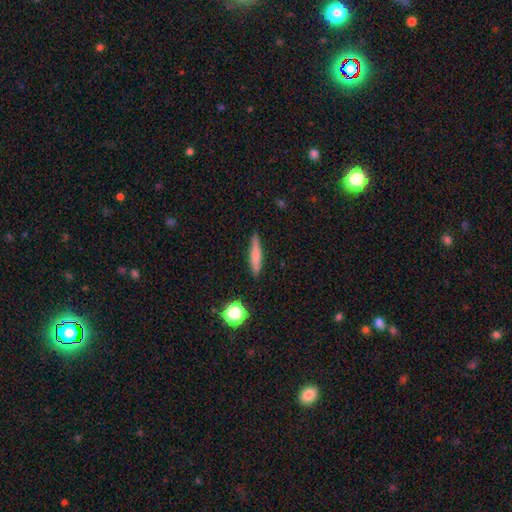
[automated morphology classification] smooth 67%, featured or disk 24%, star or artifact 8%. Down the decision tree: how rounded — cigar-shaped (87%); merging — none (86%).